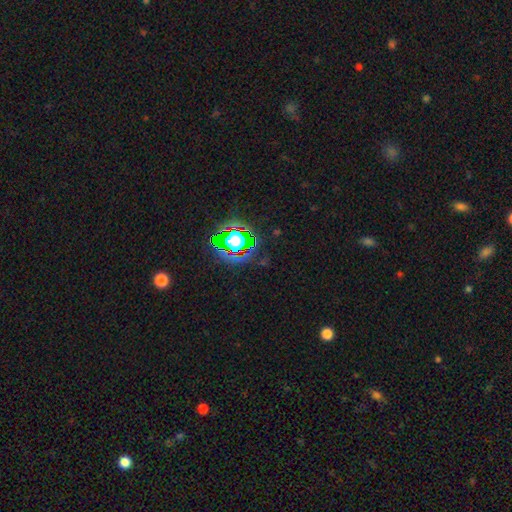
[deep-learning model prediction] star or artifact 77%, smooth 14%, featured or disk 9%.